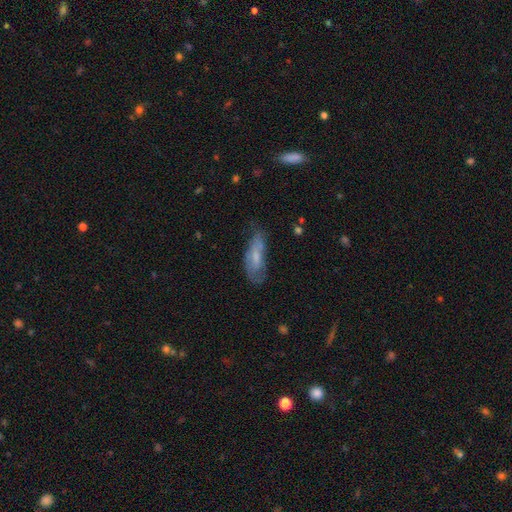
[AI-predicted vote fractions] Smooth or featured? smooth (54%)
How rounded? in between (66%)
Merging? none (50%)